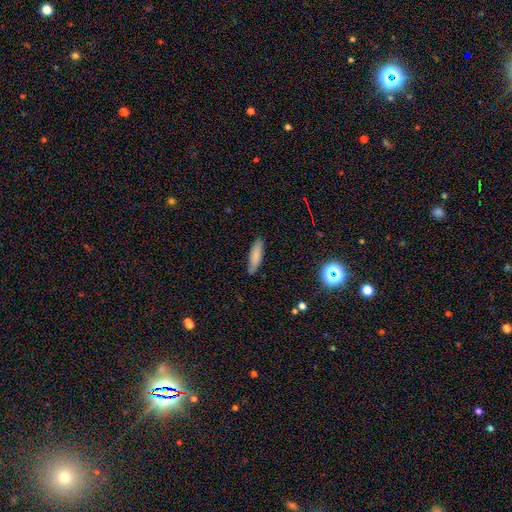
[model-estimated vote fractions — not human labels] smooth 79%, featured or disk 13%, star or artifact 8%. Down the decision tree: how rounded — cigar-shaped (58%); merging — none (82%).